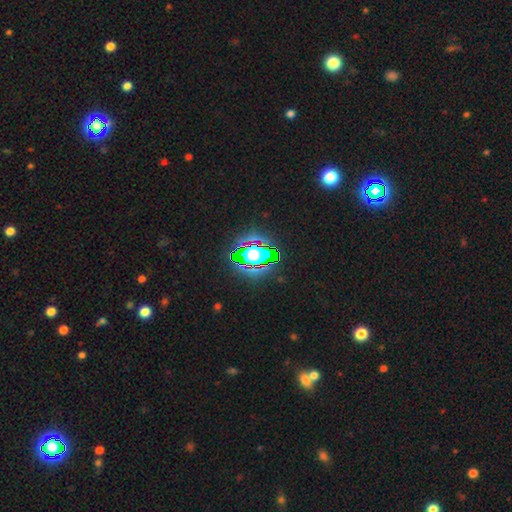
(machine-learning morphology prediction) type=star or artifact (76%).